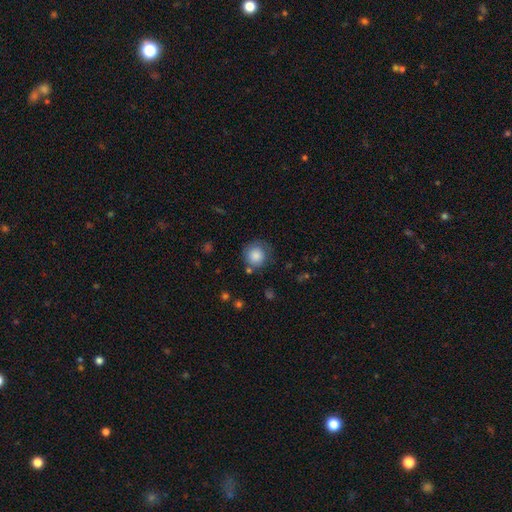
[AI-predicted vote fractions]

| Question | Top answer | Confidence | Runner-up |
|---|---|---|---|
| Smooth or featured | smooth | 82% | featured or disk (10%) |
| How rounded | round | 91% | in between (8%) |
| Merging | none | 67% | minor disturbance (20%) |